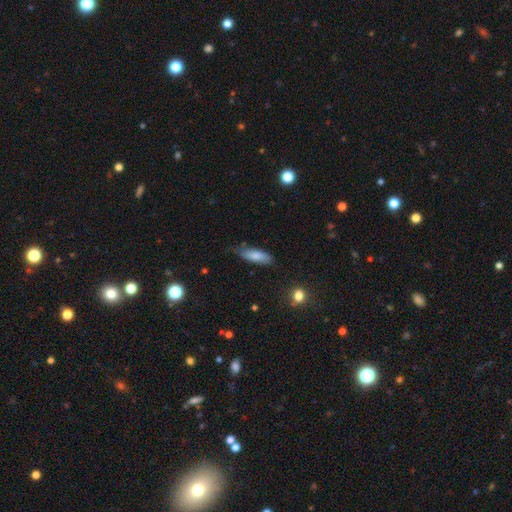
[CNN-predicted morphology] A smooth galaxy with no disk features (79%) that is in between round and cigar-shaped (56%). Merging: none (66%).